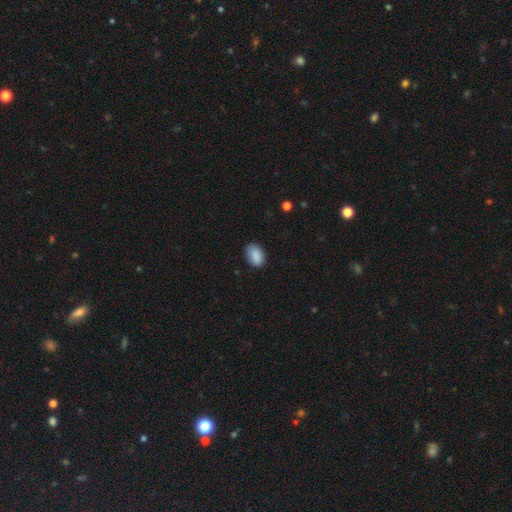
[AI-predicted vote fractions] smooth-or-featured: smooth: 89% | star or artifact: 7% | featured or disk: 4%
  how-rounded: in between: 89% | round: 9% | cigar-shaped: 1%
  merging: none: 81% | minor disturbance: 15% | major disturbance: 3% | merger: 1%